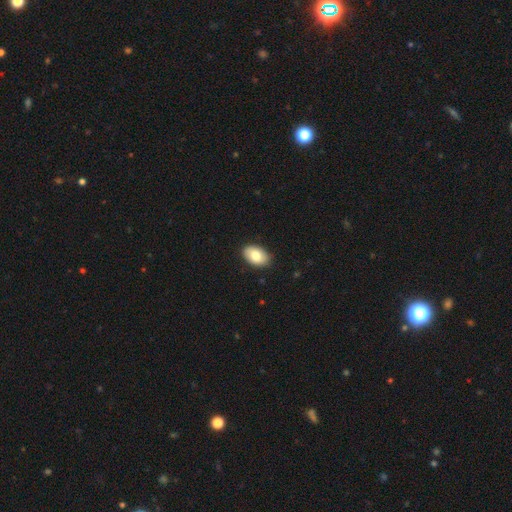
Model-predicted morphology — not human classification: Smooth or featured? smooth (81%)
How rounded? in between (91%)
Merging? none (88%)